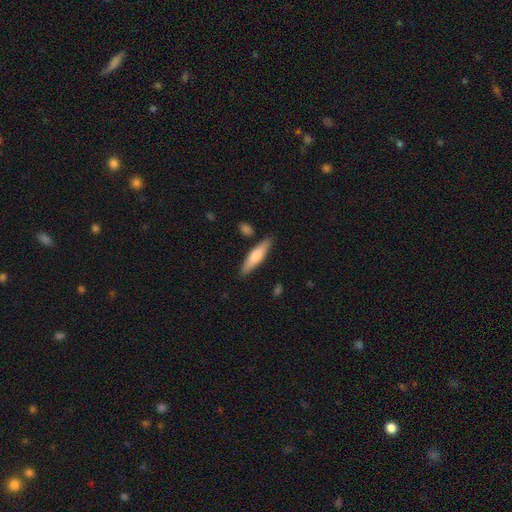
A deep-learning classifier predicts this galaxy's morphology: Smooth or featured?
  - smooth: 62% *
  - featured or disk: 33%
  - star or artifact: 5%
How rounded?
  - cigar-shaped: 75% *
  - in between: 24%
  - round: 2%
Merging?
  - none: 85% *
  - minor disturbance: 10%
  - merger: 3%
  - major disturbance: 2%